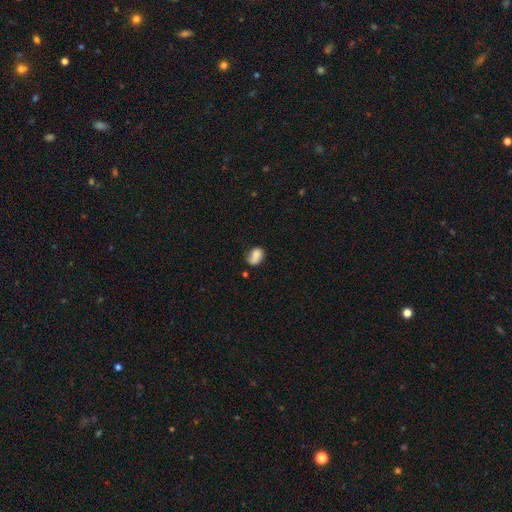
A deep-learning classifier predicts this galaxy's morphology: The model was most divided on "merging": none: 47%, minor disturbance: 30%, major disturbance: 14%, merger: 9%. More confident: smooth or featured — smooth (78%); how rounded — in between (75%).